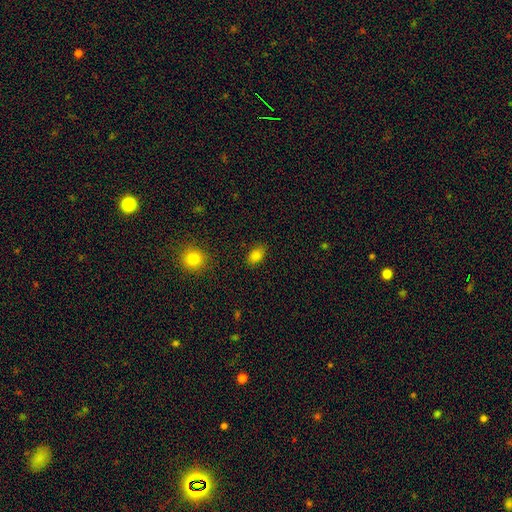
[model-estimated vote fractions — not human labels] A smooth galaxy with no disk features (82%) that is in between round and cigar-shaped (85%). Merging: none (86%).